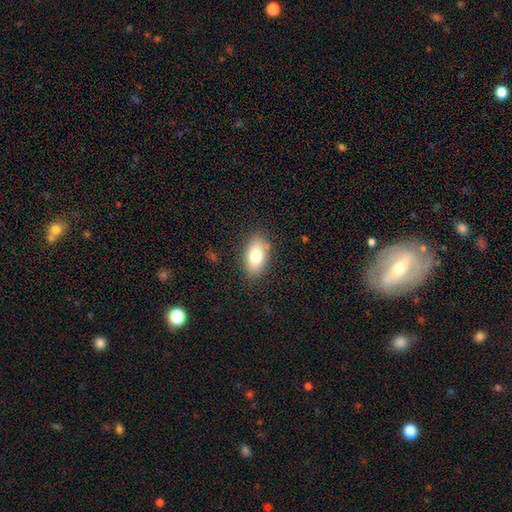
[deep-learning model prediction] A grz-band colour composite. It shows a smooth galaxy with no disk features (75%) that is in between round and cigar-shaped (90%). Merging: none (84%).